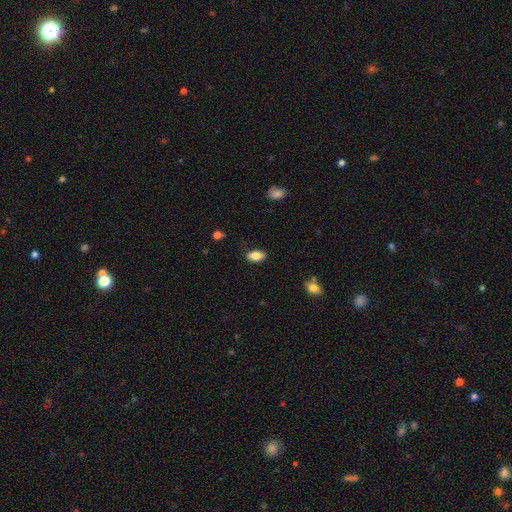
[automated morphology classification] A smooth galaxy with no disk features (84%) that is in between round and cigar-shaped (91%).

Vote fractions:
- Smooth or featured? smooth: 84% / featured or disk: 8% / star or artifact: 8%
- How rounded? in between: 91% / round: 6% / cigar-shaped: 3%
- Merging? none: 82% / minor disturbance: 14% / major disturbance: 3% / merger: 1%